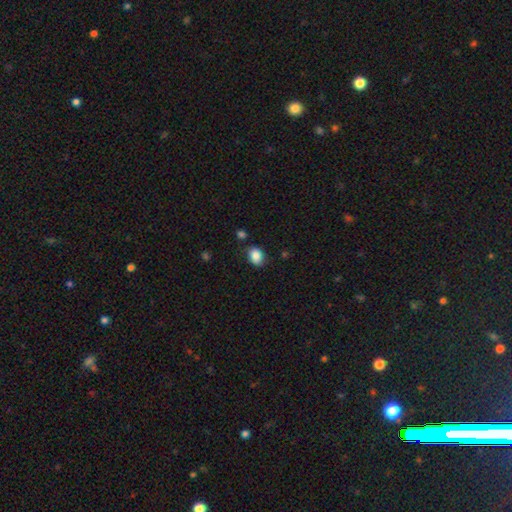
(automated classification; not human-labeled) smooth-or-featured: smooth: 87% | star or artifact: 8% | featured or disk: 4%
  how-rounded: in between: 67% | round: 32% | cigar-shaped: 1%
  merging: none: 76% | minor disturbance: 17% | major disturbance: 4% | merger: 3%